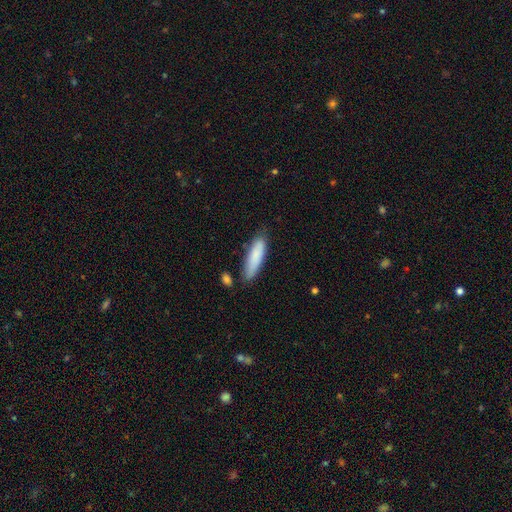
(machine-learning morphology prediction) Smooth or featured: smooth — 83% (featured or disk — 11%)
How rounded: cigar-shaped — 59% (in between — 39%)
Merging: none — 73% (minor disturbance — 20%)